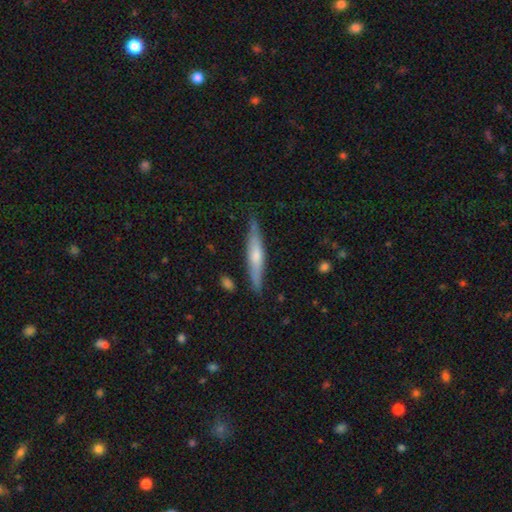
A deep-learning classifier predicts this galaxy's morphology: A featured or disk galaxy (52%) viewed edge-on (94%). Merging: none (84%).